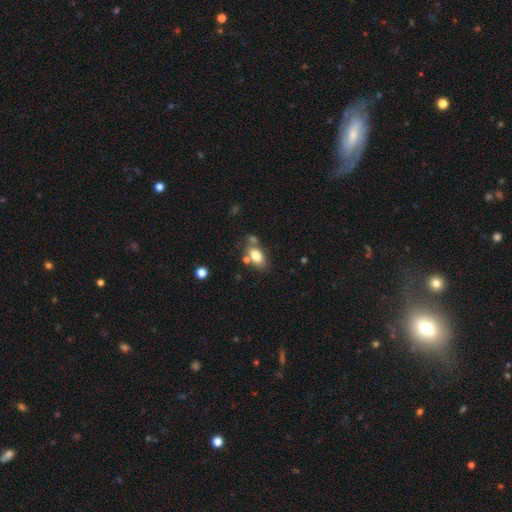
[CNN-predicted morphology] smooth-or-featured: smooth: 77% | featured or disk: 15% | star or artifact: 9%
  how-rounded: in between: 86% | round: 10% | cigar-shaped: 4%
  merging: none: 56% | merger: 21% | minor disturbance: 17% | major disturbance: 6%